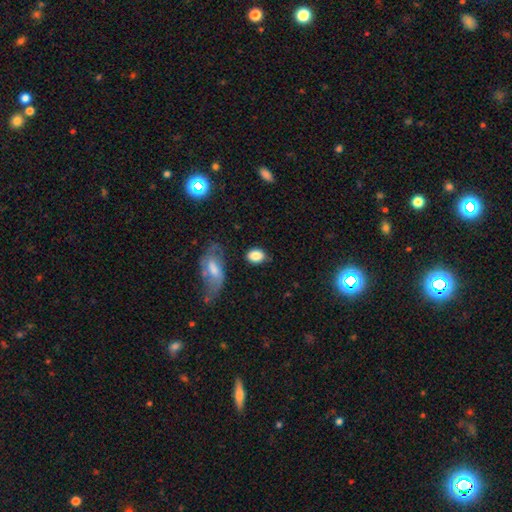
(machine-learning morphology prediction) Smooth or featured? smooth (85%)
How rounded? in between (73%)
Merging? none (74%)